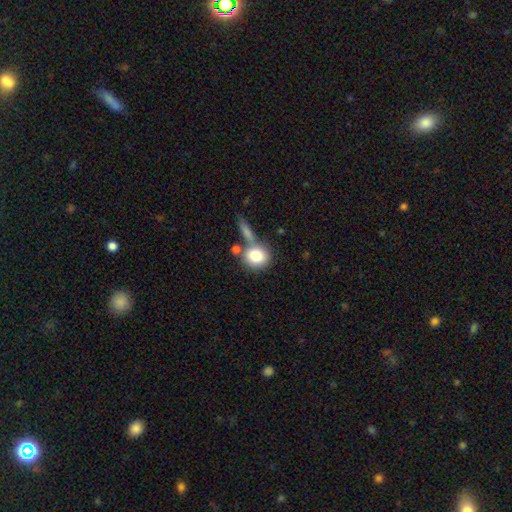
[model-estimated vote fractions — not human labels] smooth 79%, featured or disk 12%, star or artifact 8%. Down the decision tree: how rounded — round (76%); merging — none (53%).